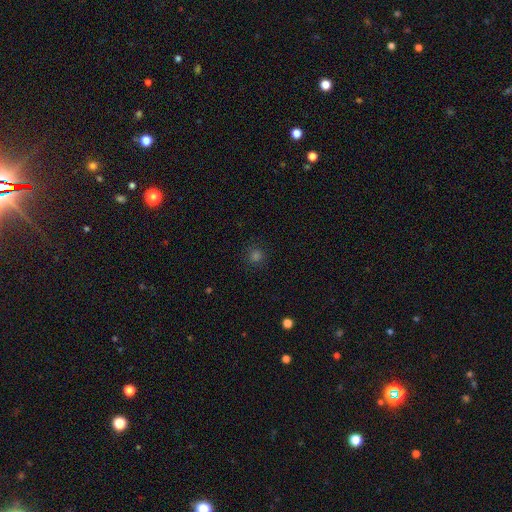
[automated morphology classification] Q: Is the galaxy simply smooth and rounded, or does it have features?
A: smooth — 68%.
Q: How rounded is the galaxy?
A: round — 93%.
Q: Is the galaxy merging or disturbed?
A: none — 90%.